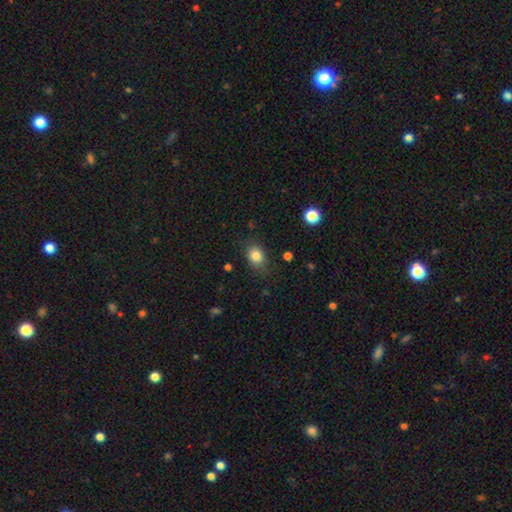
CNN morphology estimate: type=smooth (83%); roundness=in between (59%); merging=none (78%).